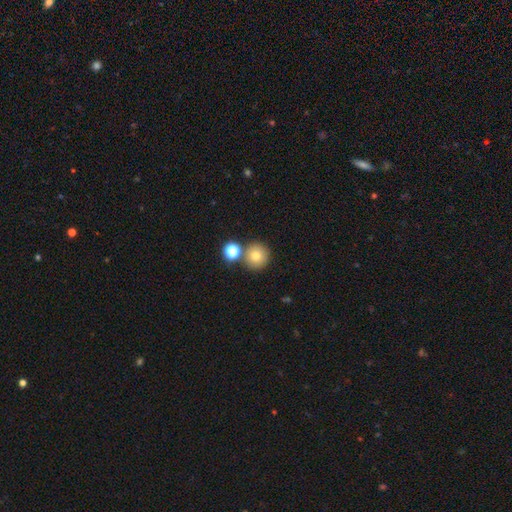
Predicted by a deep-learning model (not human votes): Overall: smooth (77%). How rounded: round (94%). Merging: none (74%).